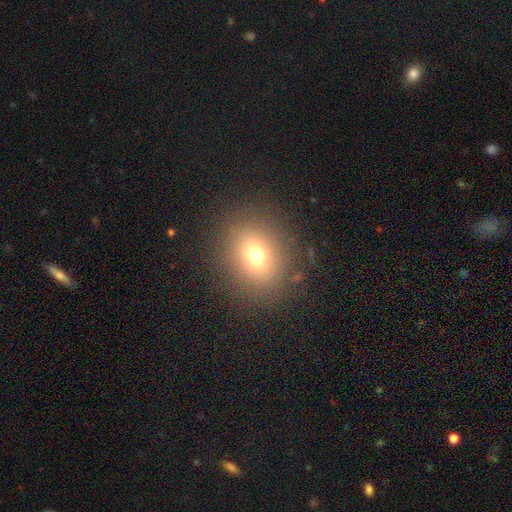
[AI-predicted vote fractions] Overall: smooth (71%). How rounded: round (57%; in between 42%). Merging: none (85%).